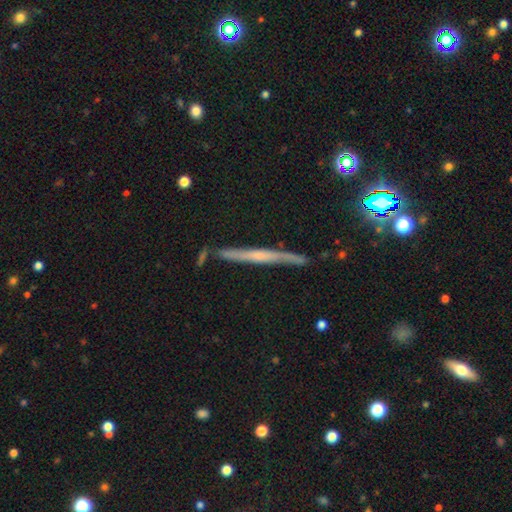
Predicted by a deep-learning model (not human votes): This is likely a featured or disk galaxy (64%). It is clearly viewed edge-on (96%). Edge-on bulge: possibly none (55%). Merging: clearly none (82%).